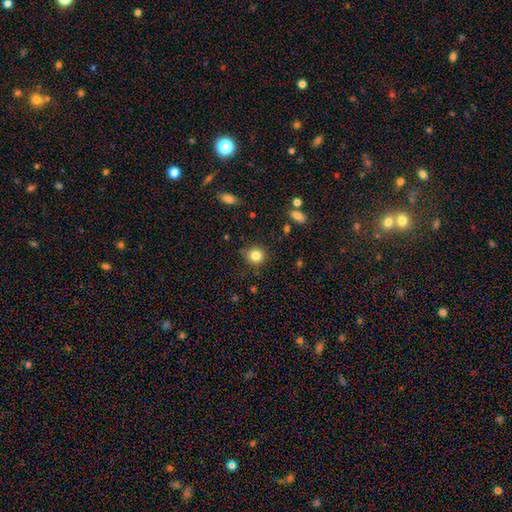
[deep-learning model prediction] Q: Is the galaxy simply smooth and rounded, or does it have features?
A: smooth — 83%.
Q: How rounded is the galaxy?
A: round — 90%.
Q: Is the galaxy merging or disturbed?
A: none — 83%.